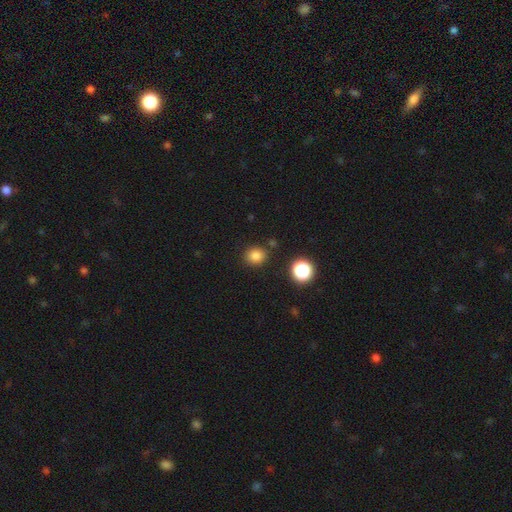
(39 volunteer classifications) This appears to be a smooth galaxy with no disk features (85%) that is round (79%). Merging: none (81%).